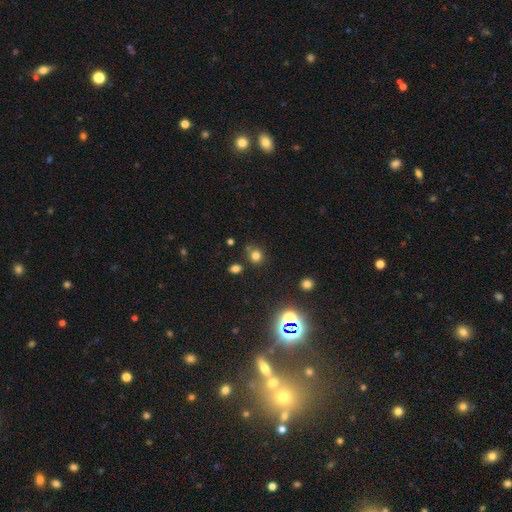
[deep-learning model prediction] smooth-or-featured: smooth: 73% | star or artifact: 20% | featured or disk: 7%
  how-rounded: round: 82% | in between: 17% | cigar-shaped: 1%
  merging: none: 71% | minor disturbance: 13% | merger: 12% | major disturbance: 4%